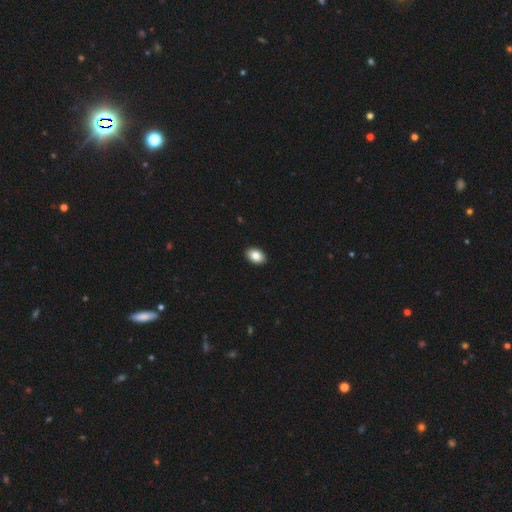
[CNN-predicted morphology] Smooth or featured: smooth — 86% (star or artifact — 7%)
How rounded: in between — 86% (round — 13%)
Merging: none — 92% (minor disturbance — 6%)